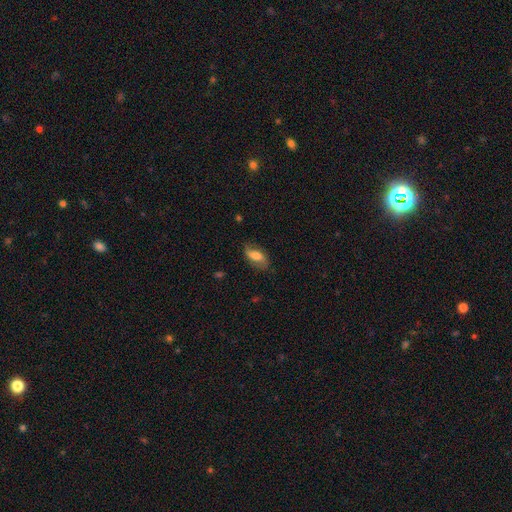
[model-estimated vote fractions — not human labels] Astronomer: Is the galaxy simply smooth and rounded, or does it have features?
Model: smooth — 56% (runner-up: featured or disk, 36%).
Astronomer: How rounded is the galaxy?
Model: in between — 87%.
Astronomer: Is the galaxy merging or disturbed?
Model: none — 72%.